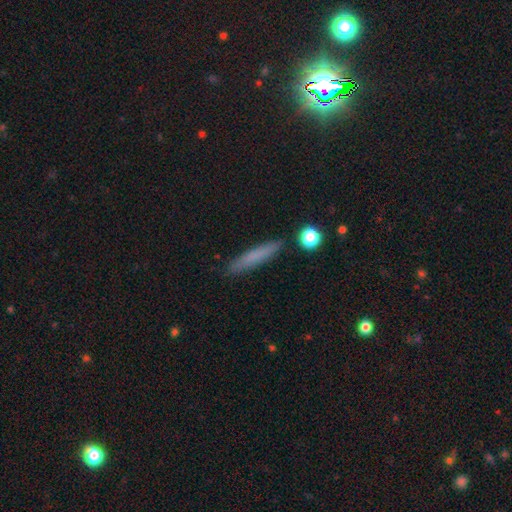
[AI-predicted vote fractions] Overall: smooth (72%). How rounded: cigar-shaped (92%). Merging: none (88%).